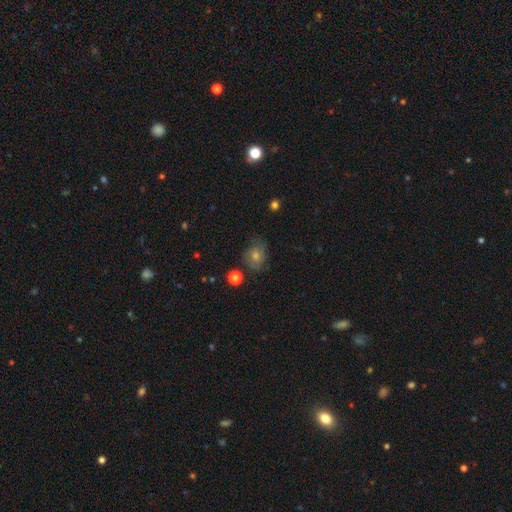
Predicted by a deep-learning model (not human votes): smooth-or-featured: featured or disk: 39% | smooth: 38% | star or artifact: 23%
  merging: none: 73% | minor disturbance: 18% | major disturbance: 7% | merger: 2%